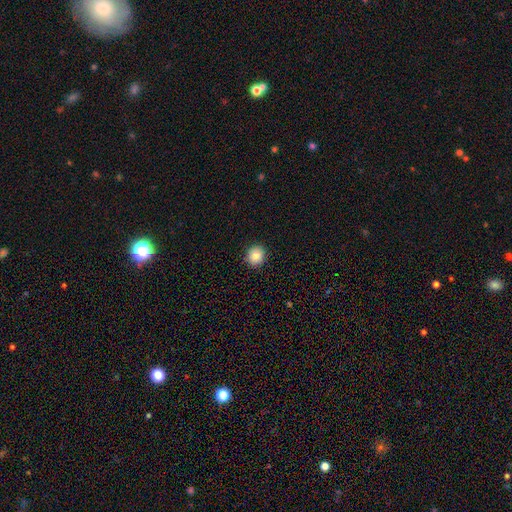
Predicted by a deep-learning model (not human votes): Smooth or featured: smooth — 86% (star or artifact — 9%)
How rounded: round — 83% (in between — 16%)
Merging: none — 91% (minor disturbance — 6%)